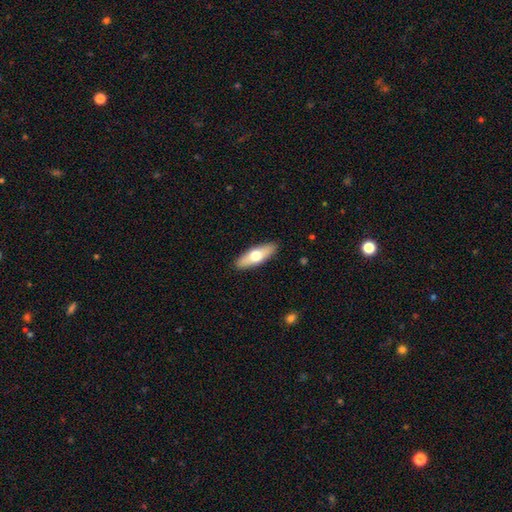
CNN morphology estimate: A smooth galaxy with no disk features (59%) that is in between round and cigar-shaped (57%).

Vote fractions:
- Smooth or featured? smooth: 59% / featured or disk: 36% / star or artifact: 5%
- How rounded? in between: 57% / cigar-shaped: 41% / round: 3%
- Merging? none: 90% / minor disturbance: 8% / major disturbance: 2% / merger: 1%